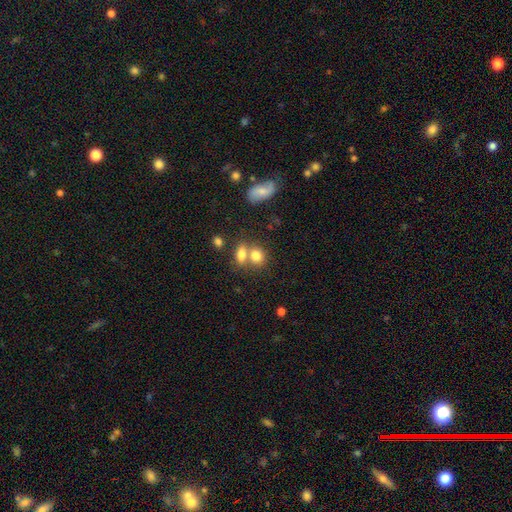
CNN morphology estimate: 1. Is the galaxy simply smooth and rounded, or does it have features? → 79% smooth, 11% featured or disk, 10% star or artifact.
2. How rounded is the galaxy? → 50% in between, 48% round, 2% cigar-shaped.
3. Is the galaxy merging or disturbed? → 48% merger, 38% none, 9% minor disturbance, 4% major disturbance.